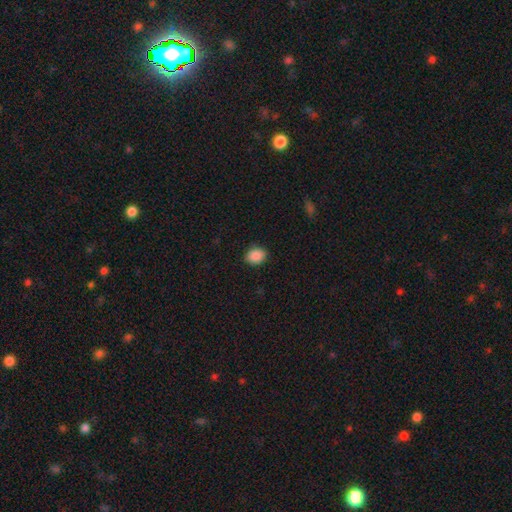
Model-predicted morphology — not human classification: Smooth or featured? Predicted: smooth (p=0.89). How rounded? Predicted: in between (p=0.52). Merging? Predicted: none (p=0.87).